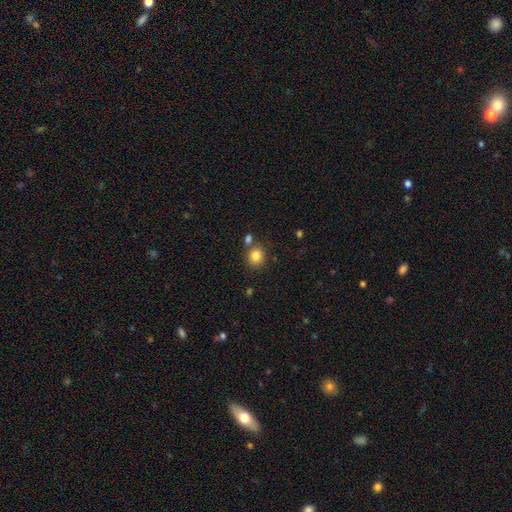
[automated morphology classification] This appears to be a smooth galaxy with no disk features (84%) that is round (78%). Merging: none (72%).